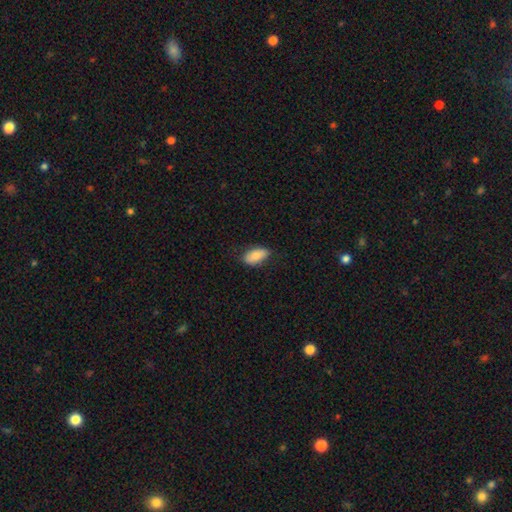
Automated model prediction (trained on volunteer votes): A smooth galaxy with no disk features (84%) that is in between round and cigar-shaped (92%).

Vote fractions:
- Smooth or featured? smooth: 84% / featured or disk: 10% / star or artifact: 6%
- How rounded? in between: 92% / cigar-shaped: 5% / round: 3%
- Merging? none: 79% / minor disturbance: 17% / major disturbance: 3% / merger: 1%